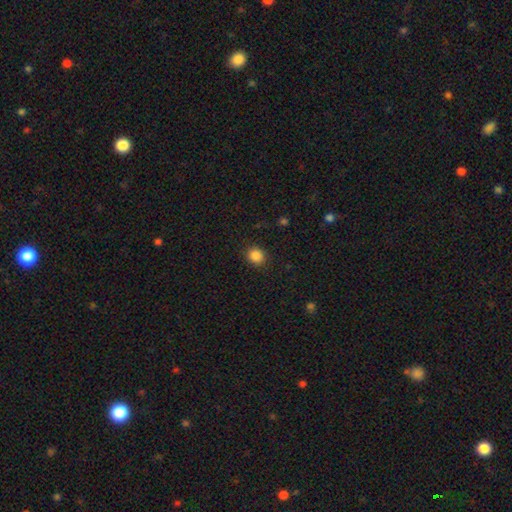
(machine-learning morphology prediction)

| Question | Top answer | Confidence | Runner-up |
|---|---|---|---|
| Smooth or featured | smooth | 86% | star or artifact (10%) |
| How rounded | round | 79% | in between (20%) |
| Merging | none | 89% | minor disturbance (8%) |